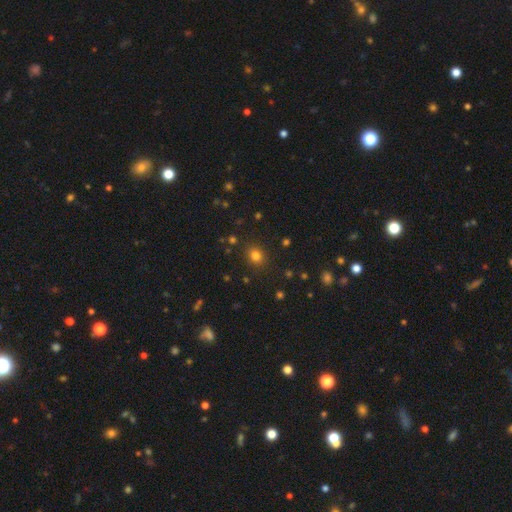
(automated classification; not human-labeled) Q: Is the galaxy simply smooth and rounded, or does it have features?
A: smooth — 78%.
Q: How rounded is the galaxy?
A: round — 73%.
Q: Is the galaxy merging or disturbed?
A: none — 87%.